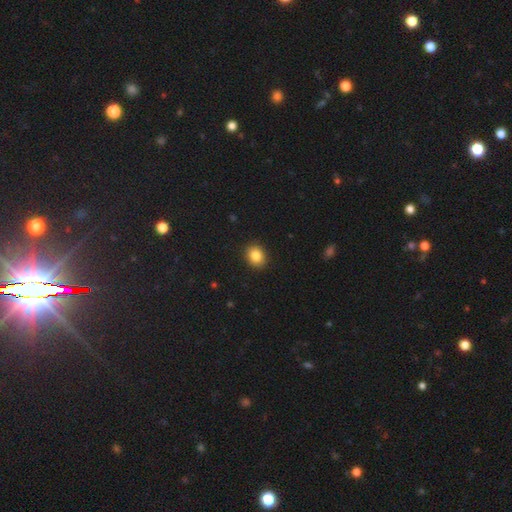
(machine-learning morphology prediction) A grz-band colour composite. It shows a smooth galaxy with no disk features (84%) that is round (51%). Merging: none (91%).